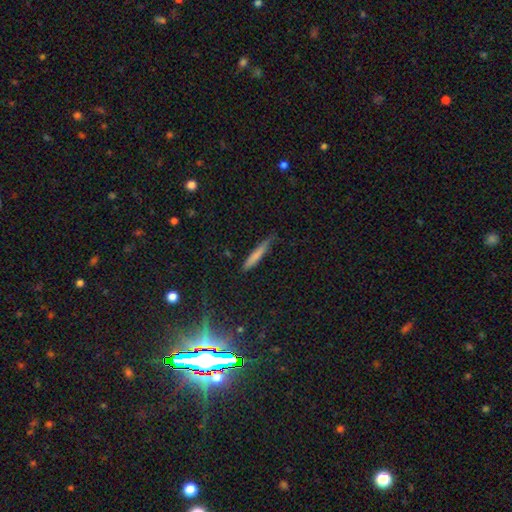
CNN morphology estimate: Smooth or featured? smooth (73%)
How rounded? cigar-shaped (93%)
Merging? none (76%)